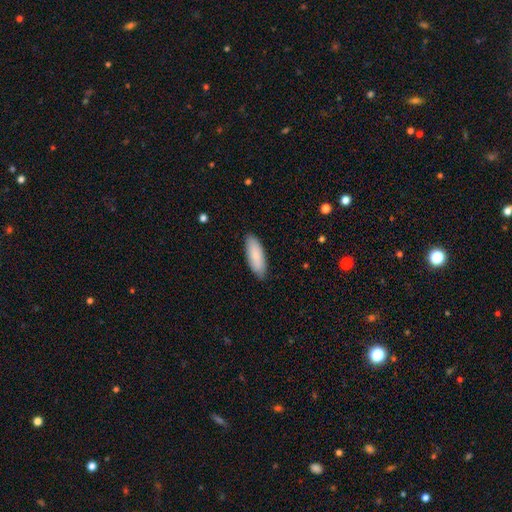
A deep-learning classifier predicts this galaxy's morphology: A smooth galaxy with no disk features (86%) that is in between round and cigar-shaped (69%). Merging: none (86%).